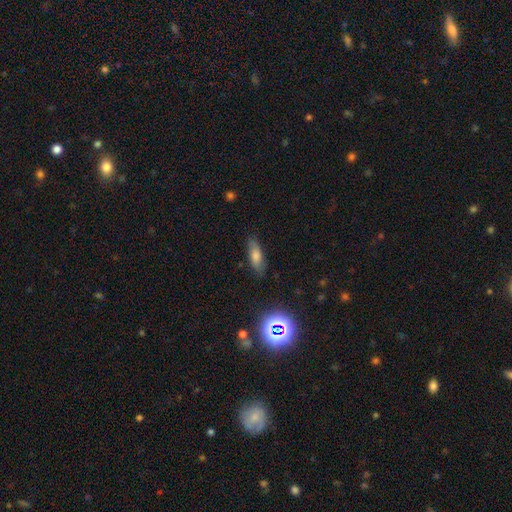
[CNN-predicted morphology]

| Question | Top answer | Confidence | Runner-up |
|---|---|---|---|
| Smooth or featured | smooth | 69% | featured or disk (19%) |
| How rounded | in between | 53% | cigar-shaped (43%) |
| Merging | none | 83% | minor disturbance (13%) |